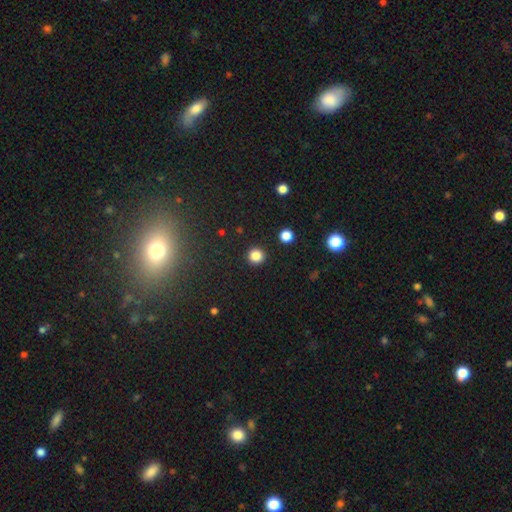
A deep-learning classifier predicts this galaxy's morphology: A smooth galaxy with no disk features (85%) that is round (94%).

Vote fractions:
- Smooth or featured? smooth: 85% / star or artifact: 12% / featured or disk: 4%
- How rounded? round: 94% / in between: 5% / cigar-shaped: 1%
- Merging? none: 92% / minor disturbance: 5% / major disturbance: 2% / merger: 1%